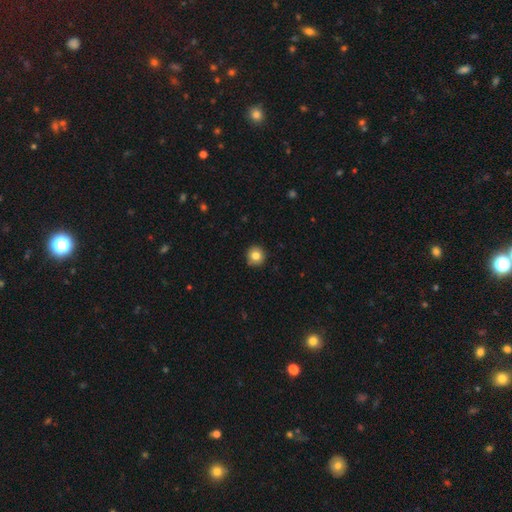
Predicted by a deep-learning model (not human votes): Q: Smooth or featured?
A: smooth (81%); runner-up: star or artifact (10%)
Q: How rounded?
A: round (94%); runner-up: in between (5%)
Q: Merging?
A: none (90%); runner-up: minor disturbance (8%)